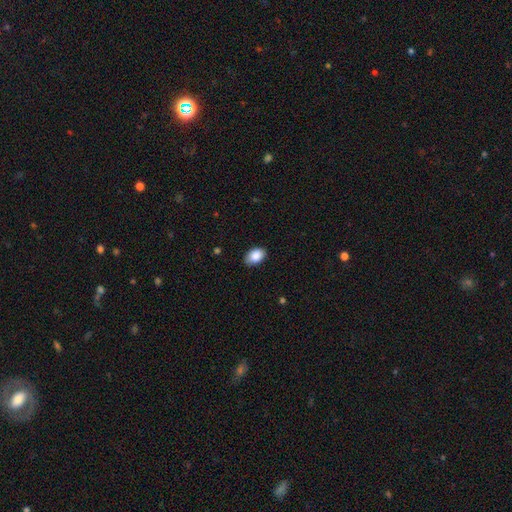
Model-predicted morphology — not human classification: smooth 89%, star or artifact 7%, featured or disk 4%. Down the decision tree: how rounded — in between (88%); merging — none (83%).